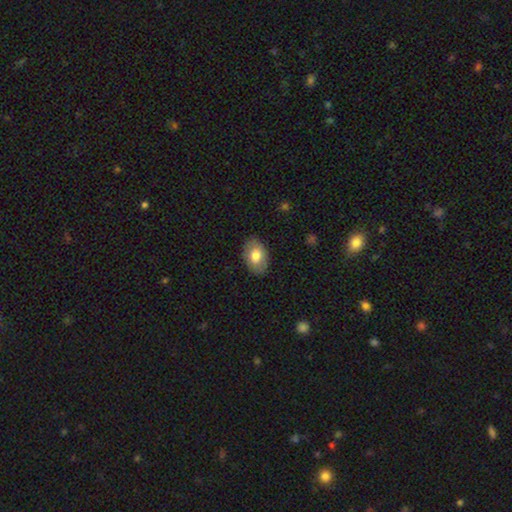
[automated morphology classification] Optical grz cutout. It shows a smooth galaxy with no disk features (76%) that is in between round and cigar-shaped (87%). Merging: none (85%).